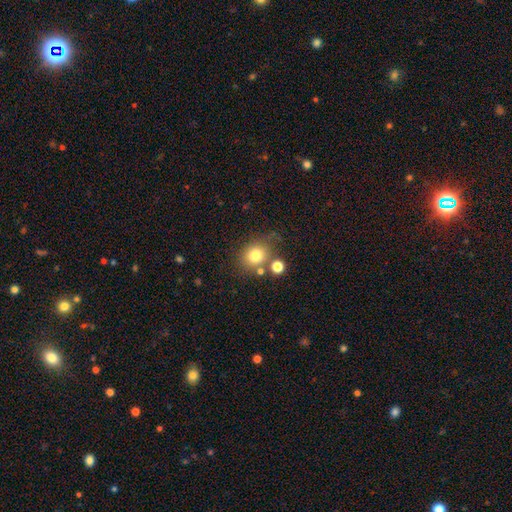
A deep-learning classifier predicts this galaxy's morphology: smooth 77%, star or artifact 13%, featured or disk 10%. Down the decision tree: how rounded — round (71%); merging — none (66%).